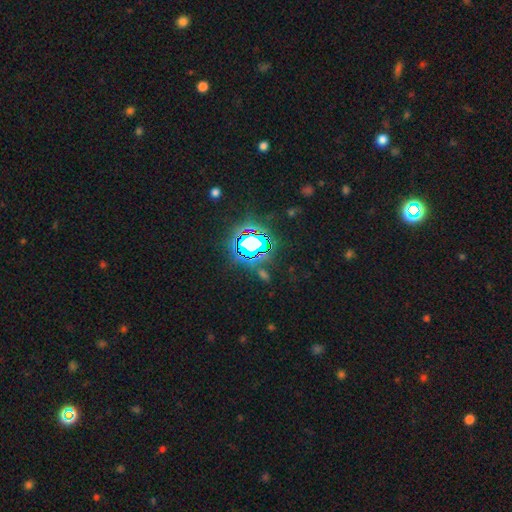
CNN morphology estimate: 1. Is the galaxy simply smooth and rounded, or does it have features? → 81% star or artifact, 12% smooth, 7% featured or disk.